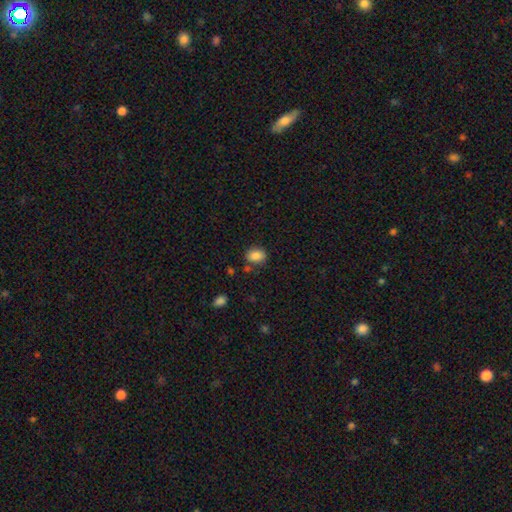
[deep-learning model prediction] Smooth or featured?
  - smooth: 85% *
  - star or artifact: 9%
  - featured or disk: 5%
How rounded?
  - in between: 64% *
  - round: 35%
  - cigar-shaped: 1%
Merging?
  - none: 78% *
  - minor disturbance: 13%
  - merger: 6%
  - major disturbance: 3%